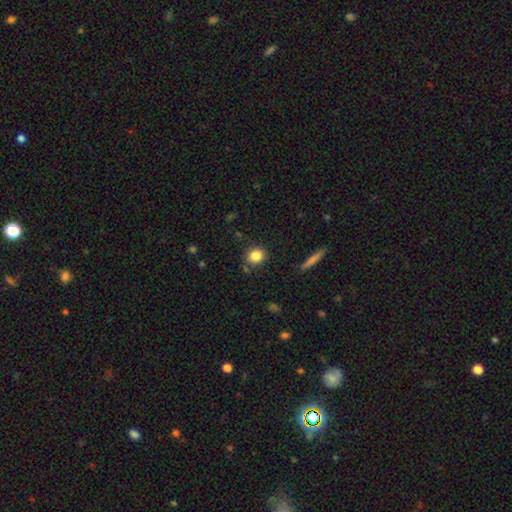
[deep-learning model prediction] Morphology: type=smooth (84%); roundness=round (83%); merging=none (83%).